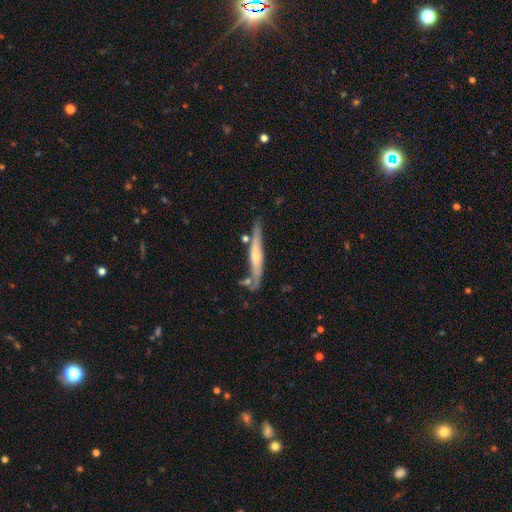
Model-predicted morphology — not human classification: Smooth or featured: featured or disk — 71% (smooth — 23%)
Edge-on disk: yes — 92% (no — 8%)
Edge-on bulge: rounded — 79% (none — 16%)
Merging: none — 72% (minor disturbance — 17%)